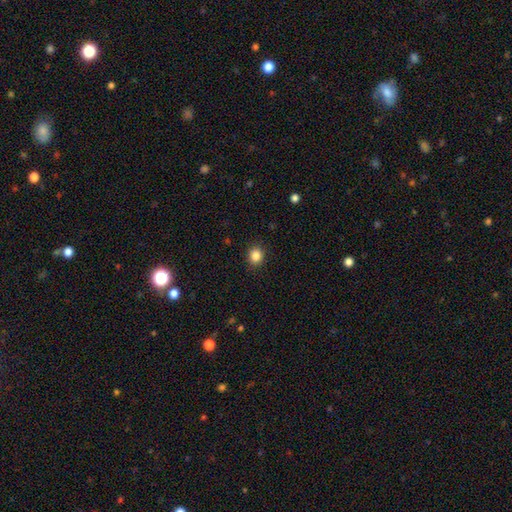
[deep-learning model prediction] Smooth or featured?
  - smooth: 86% *
  - star or artifact: 11%
  - featured or disk: 4%
How rounded?
  - round: 74% *
  - in between: 25%
  - cigar-shaped: 1%
Merging?
  - none: 90% *
  - minor disturbance: 7%
  - major disturbance: 2%
  - merger: 1%